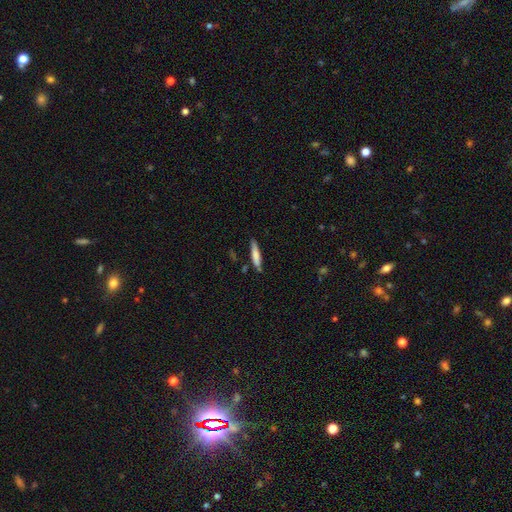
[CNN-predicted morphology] Smooth or featured?
  - smooth: 74% *
  - featured or disk: 20%
  - star or artifact: 6%
How rounded?
  - cigar-shaped: 86% *
  - in between: 13%
  - round: 1%
Merging?
  - none: 76% *
  - minor disturbance: 17%
  - merger: 4%
  - major disturbance: 3%